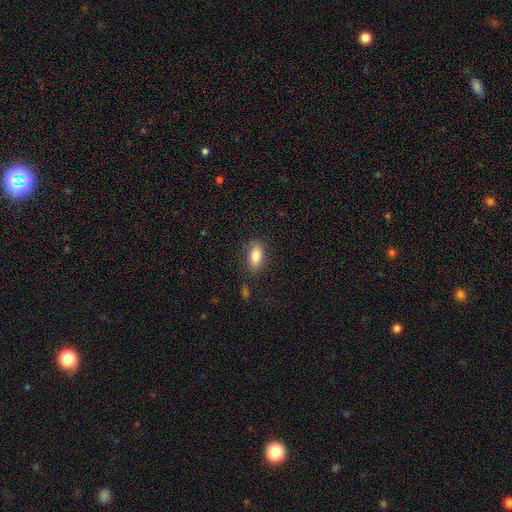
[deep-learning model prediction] Smooth or featured: smooth — 82% (featured or disk — 10%)
How rounded: in between — 89% (round — 6%)
Merging: none — 77% (minor disturbance — 16%)